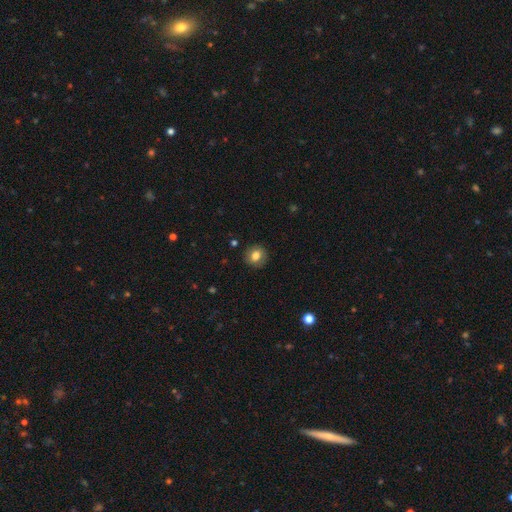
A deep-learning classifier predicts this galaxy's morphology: Q: Smooth or featured?
A: smooth (78%); runner-up: featured or disk (12%)
Q: How rounded?
A: round (84%); runner-up: in between (15%)
Q: Merging?
A: none (89%); runner-up: minor disturbance (8%)